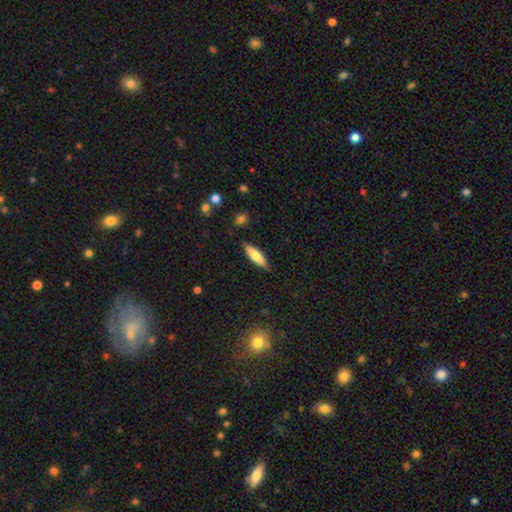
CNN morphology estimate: Overall: smooth (72%). How rounded: cigar-shaped (57%; in between 41%). Merging: none (84%).